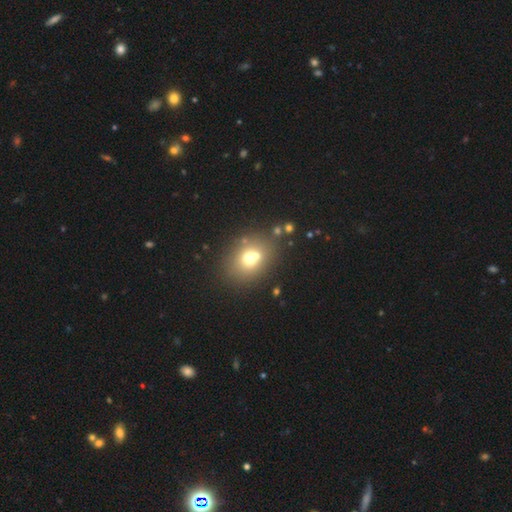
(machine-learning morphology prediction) A smooth galaxy with no disk features (65%) that is round (56%). Merging: none (55%).